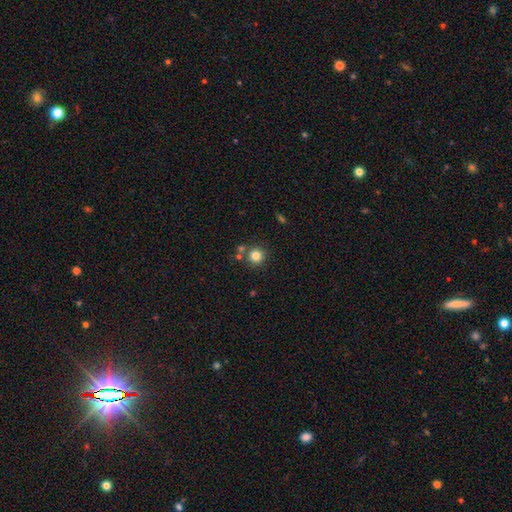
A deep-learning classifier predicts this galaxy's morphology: A smooth galaxy with no disk features (81%) that is round (94%).

Vote fractions:
- Smooth or featured? smooth: 81% / star or artifact: 12% / featured or disk: 7%
- How rounded? round: 94% / in between: 5% / cigar-shaped: 1%
- Merging? none: 77% / merger: 12% / minor disturbance: 8% / major disturbance: 3%